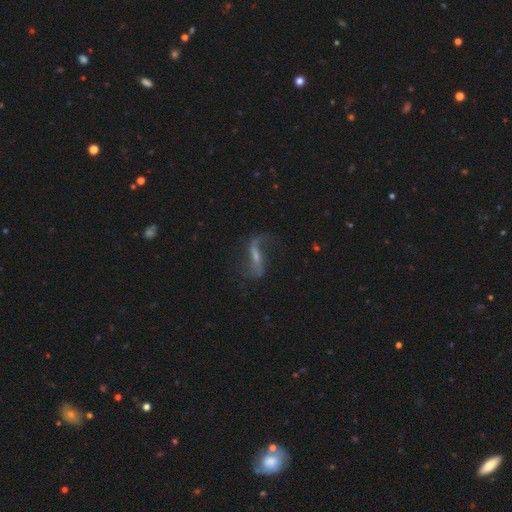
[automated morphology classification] featured or disk 74%, smooth 15%, star or artifact 11%. Down the decision tree: edge-on disk — no (83%); bar — strong (42%); spiral arms — yes (88%); spiral arm count — 2 (83%); spiral winding — loose (84%); bulge size — small (49%); merging — none (60%).